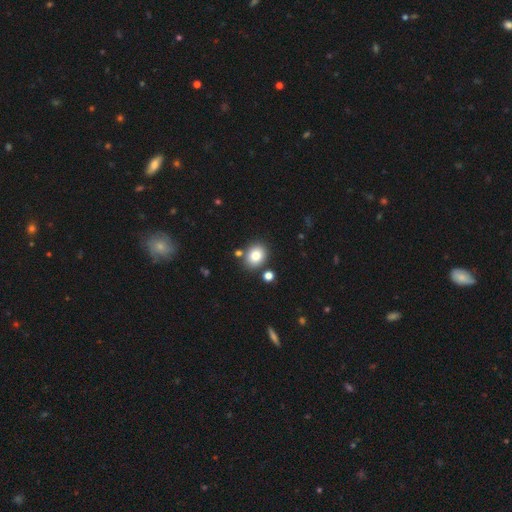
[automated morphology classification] Smooth or featured?
  - smooth: 81% *
  - star or artifact: 10%
  - featured or disk: 9%
How rounded?
  - round: 55% *
  - in between: 44%
  - cigar-shaped: 1%
Merging?
  - none: 80% *
  - minor disturbance: 9%
  - merger: 8%
  - major disturbance: 3%